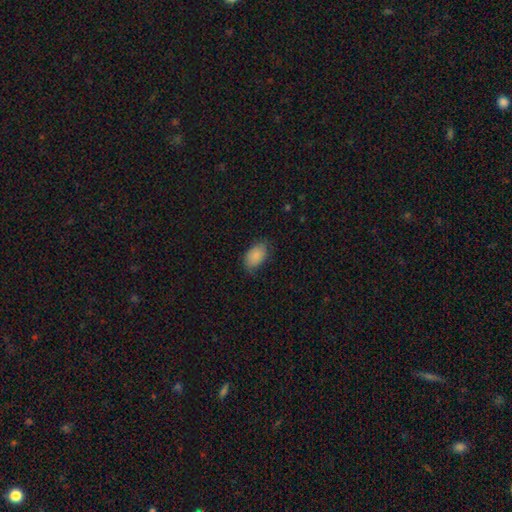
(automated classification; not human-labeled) This is clearly a smooth galaxy (87%). How rounded: clearly in between (90%). Merging: likely none (73%).